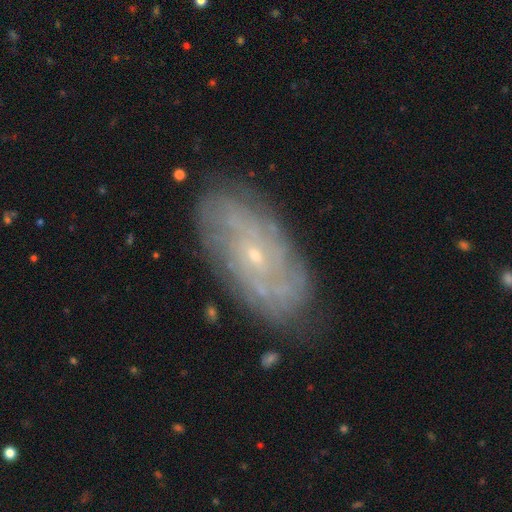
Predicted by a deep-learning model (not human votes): Q: Smooth or featured?
A: featured or disk (77%); runner-up: smooth (16%)
Q: Edge-on disk?
A: no (93%); runner-up: yes (7%)
Q: Bar?
A: no (75%); runner-up: weak (21%)
Q: Spiral arms?
A: yes (87%); runner-up: no (13%)
Q: Spiral winding?
A: tight (62%); runner-up: medium (28%)
Q: Spiral arm count?
A: can't tell (50%); runner-up: 2 (16%)
Q: Bulge size?
A: small (84%); runner-up: moderate (12%)
Q: Merging?
A: none (81%); runner-up: minor disturbance (14%)